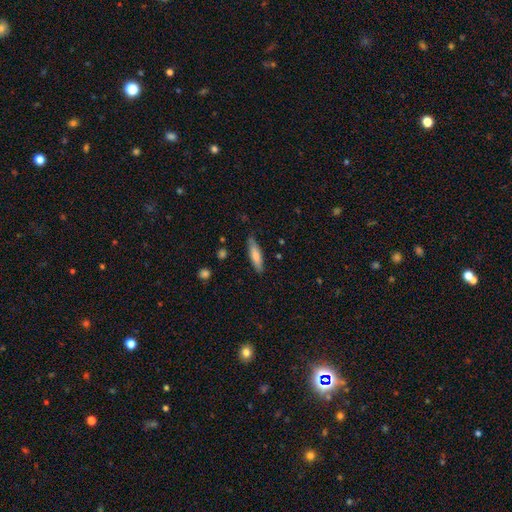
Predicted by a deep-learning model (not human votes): Morphology: type=smooth (73%); roundness=cigar-shaped (68%); merging=none (82%).